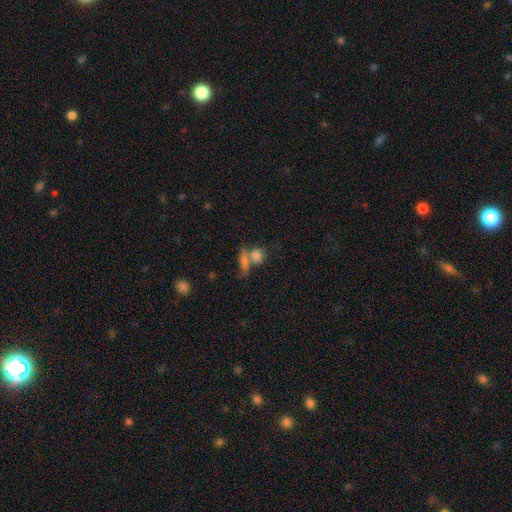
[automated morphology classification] Overall: smooth (74%). How rounded: round (54%; in between 36%). Merging: merger (44%; none 40%).